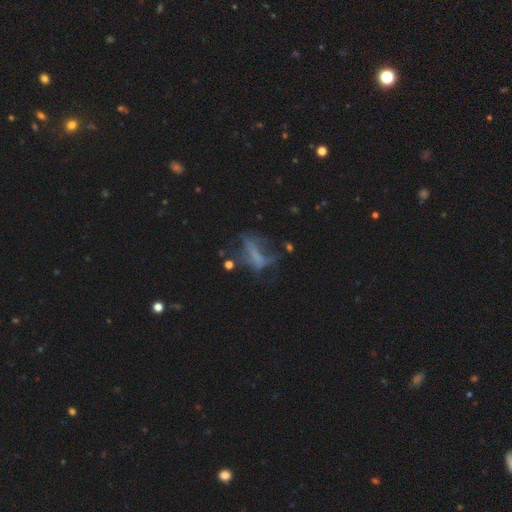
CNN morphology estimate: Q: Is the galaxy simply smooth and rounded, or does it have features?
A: featured or disk — 46%.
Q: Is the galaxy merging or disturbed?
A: major disturbance — 39%.